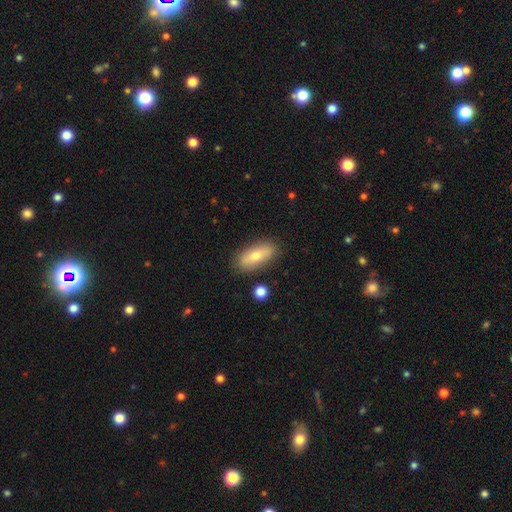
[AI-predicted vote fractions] Smooth or featured?
  - smooth: 67% *
  - featured or disk: 26%
  - star or artifact: 7%
How rounded?
  - in between: 79% *
  - cigar-shaped: 18%
  - round: 3%
Merging?
  - none: 84% *
  - minor disturbance: 11%
  - major disturbance: 3%
  - merger: 2%